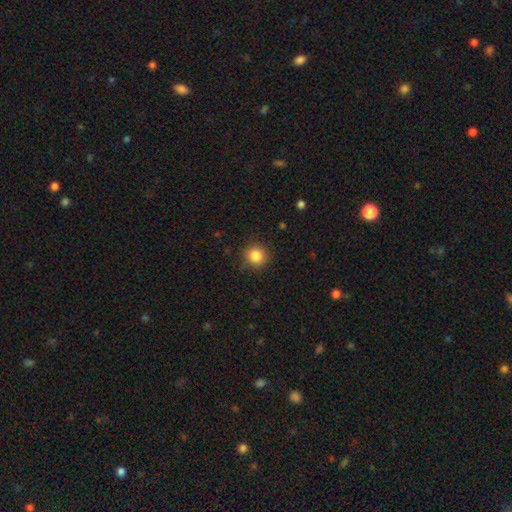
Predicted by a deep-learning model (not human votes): This appears to be a smooth galaxy with no disk features (85%) that is round (93%). Merging: none (88%).